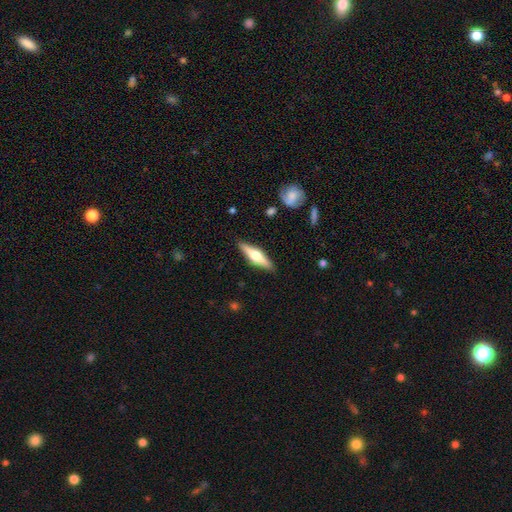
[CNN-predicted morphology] A featured or disk galaxy (61%) viewed edge-on (96%) with a rounded central bulge (93%).

Vote fractions:
- Smooth or featured? featured or disk: 61% / smooth: 33% / star or artifact: 5%
- Edge-on disk? yes: 96% / no: 4%
- Edge-on bulge? rounded: 93% / boxy: 5% / none: 2%
- Merging? none: 89% / minor disturbance: 8% / major disturbance: 2% / merger: 1%